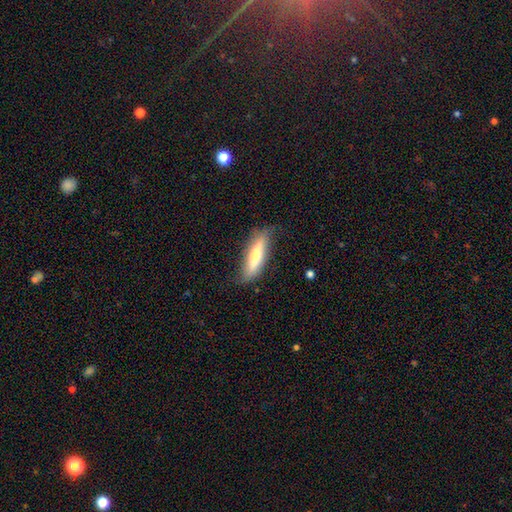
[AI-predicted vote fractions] smooth 64%, featured or disk 30%, star or artifact 6%. Down the decision tree: how rounded — cigar-shaped (71%); merging — none (69%).